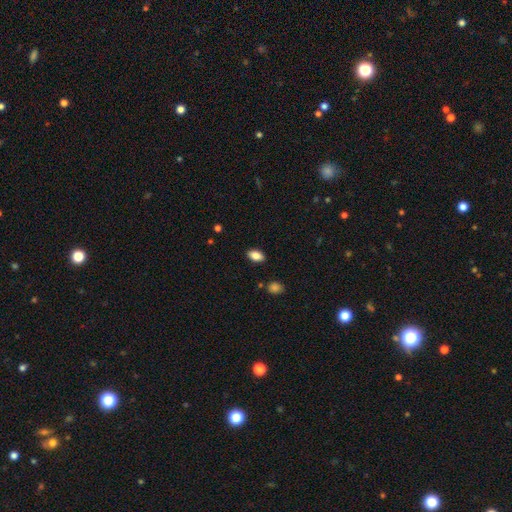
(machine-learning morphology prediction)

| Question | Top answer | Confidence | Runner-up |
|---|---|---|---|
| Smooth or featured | smooth | 85% | star or artifact (8%) |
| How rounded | in between | 90% | round (7%) |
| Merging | none | 88% | minor disturbance (9%) |